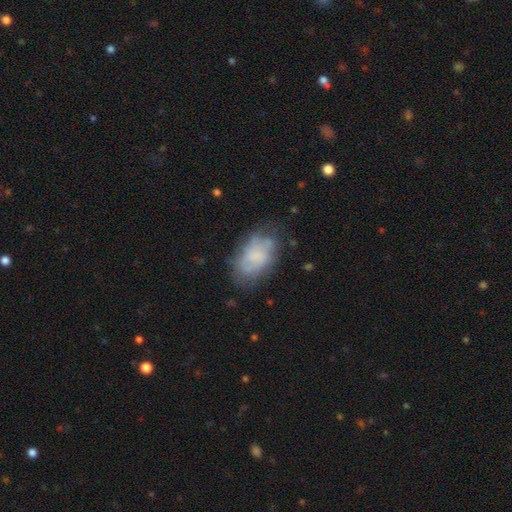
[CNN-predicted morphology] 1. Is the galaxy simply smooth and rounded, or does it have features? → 53% smooth, 38% featured or disk, 9% star or artifact.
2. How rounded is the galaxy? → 90% in between, 8% round, 2% cigar-shaped.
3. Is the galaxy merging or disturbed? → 53% none, 29% minor disturbance, 15% major disturbance, 4% merger.